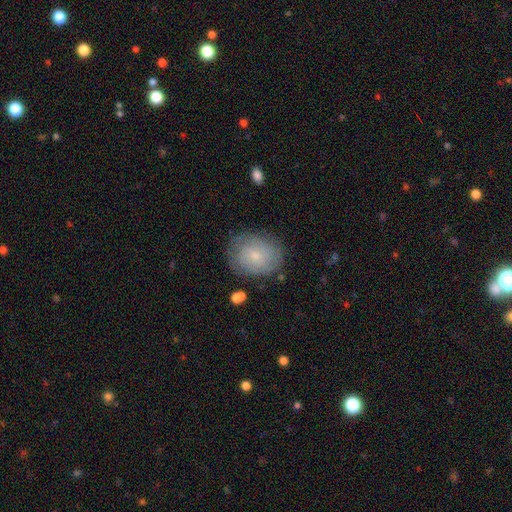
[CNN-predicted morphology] A smooth galaxy with no disk features (54%) that is round (54%). Merging: none (78%).